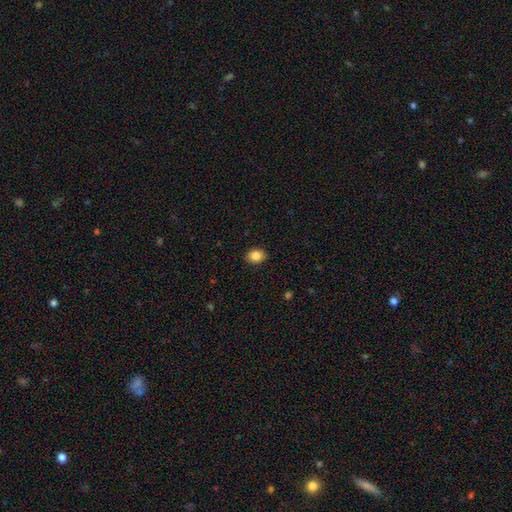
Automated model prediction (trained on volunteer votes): Smooth or featured? smooth (86%)
How rounded? in between (60%)
Merging? none (89%)